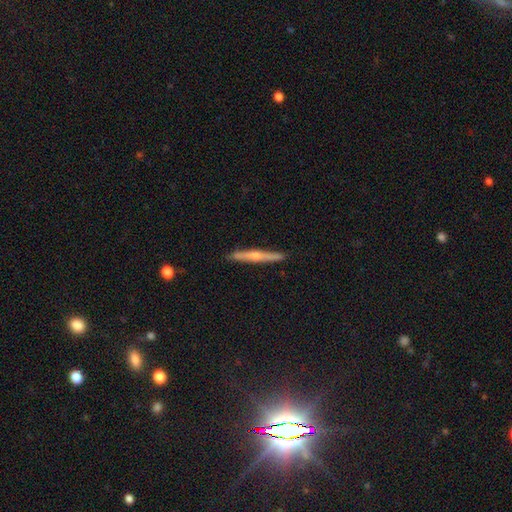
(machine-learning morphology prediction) Smooth or featured?
  - featured or disk: 60% *
  - smooth: 34%
  - star or artifact: 6%
Edge-on disk?
  - yes: 96% *
  - no: 4%
Edge-on bulge?
  - rounded: 72% *
  - none: 23%
  - boxy: 5%
Merging?
  - none: 90% *
  - minor disturbance: 8%
  - major disturbance: 1%
  - merger: 1%